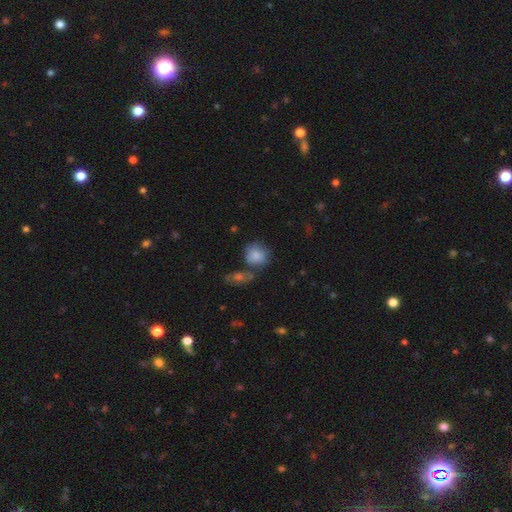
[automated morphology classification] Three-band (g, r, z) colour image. It shows a smooth galaxy with no disk features (82%) that is round (76%). Merging: none (53%).